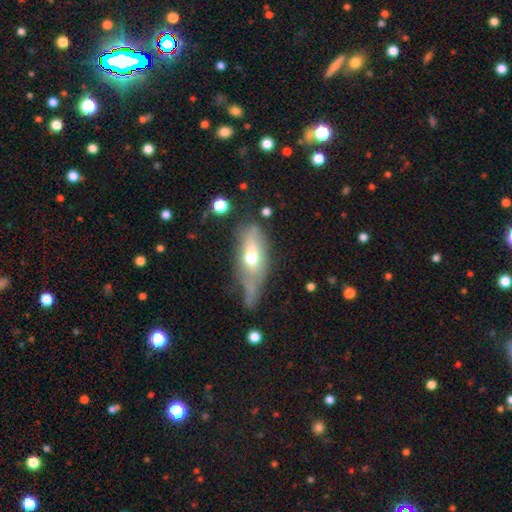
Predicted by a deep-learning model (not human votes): featured or disk 50%, smooth 39%, star or artifact 10%. Down the decision tree: edge-on disk — yes (56%); merging — none (47%).